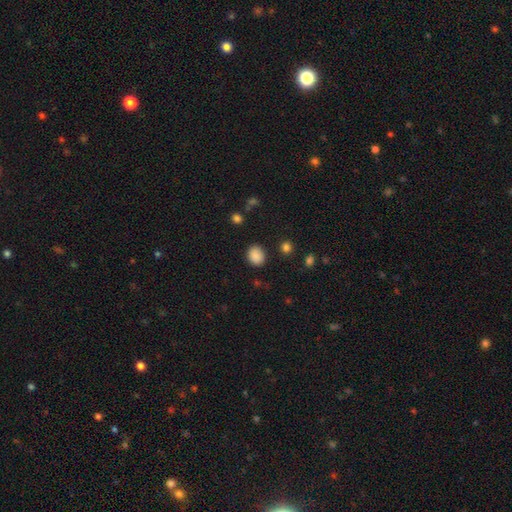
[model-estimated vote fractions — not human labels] The model was most divided on "how rounded": round: 59%, in between: 40%, cigar-shaped: 1%. More confident: smooth or featured — smooth (88%); merging — none (86%).